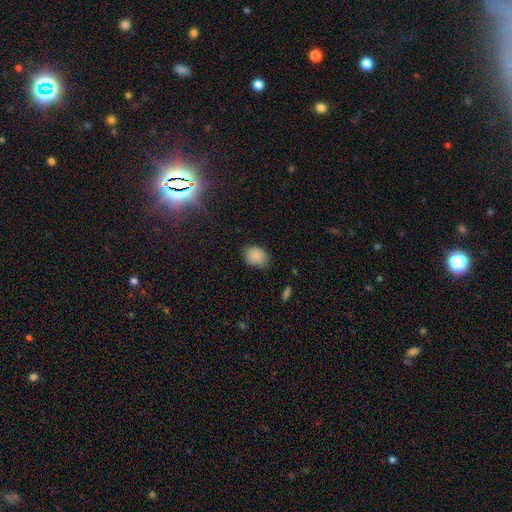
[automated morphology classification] This appears to be a smooth galaxy with no disk features (86%) that is in between round and cigar-shaped (66%). Merging: none (79%).